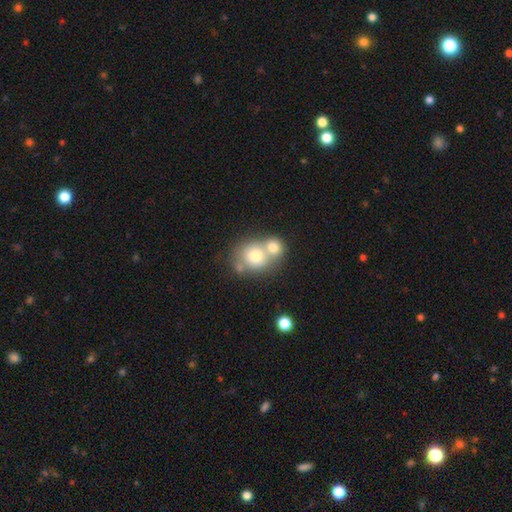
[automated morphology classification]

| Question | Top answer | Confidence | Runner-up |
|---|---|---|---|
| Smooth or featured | smooth | 70% | featured or disk (19%) |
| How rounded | round | 73% | in between (26%) |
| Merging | merger | 58% | none (31%) |